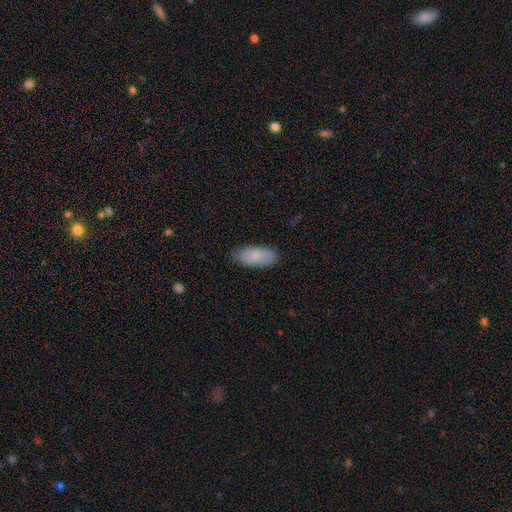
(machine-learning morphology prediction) This is clearly a smooth galaxy (82%). How rounded: clearly in between (88%). Merging: clearly none (81%).